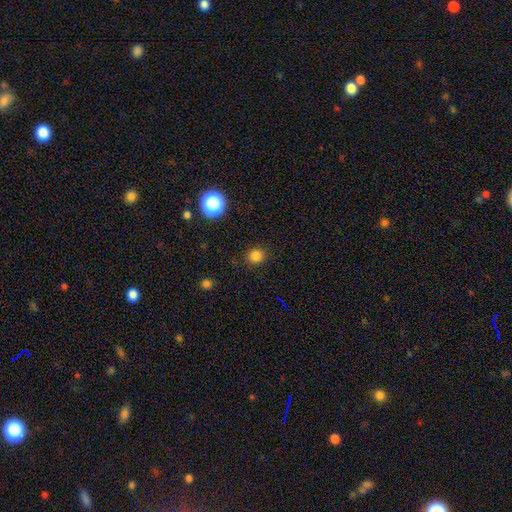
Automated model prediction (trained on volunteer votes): Morphology: type=smooth (81%); roundness=round (88%); merging=none (89%).